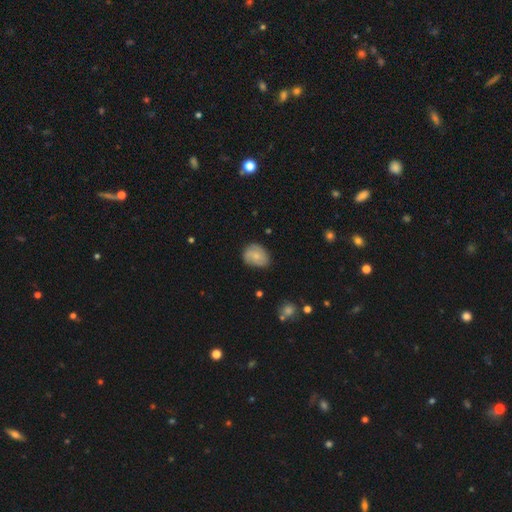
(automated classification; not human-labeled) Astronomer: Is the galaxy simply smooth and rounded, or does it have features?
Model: smooth — 47% (runner-up: featured or disk, 46%).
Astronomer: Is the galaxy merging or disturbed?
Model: none — 68%.